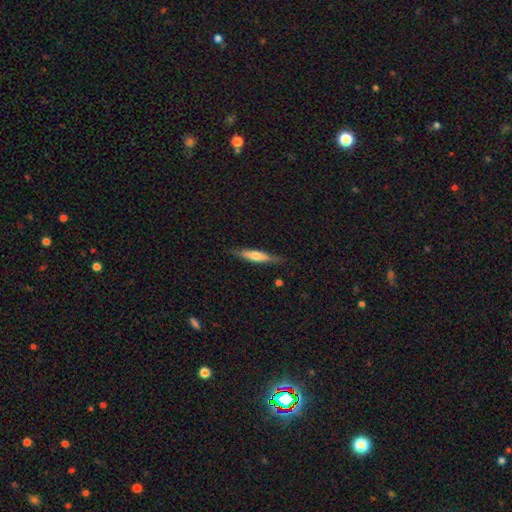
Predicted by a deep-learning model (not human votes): Smooth or featured: smooth — 50% (featured or disk — 44%)
How rounded: cigar-shaped — 80% (in between — 18%)
Merging: none — 82% (minor disturbance — 14%)